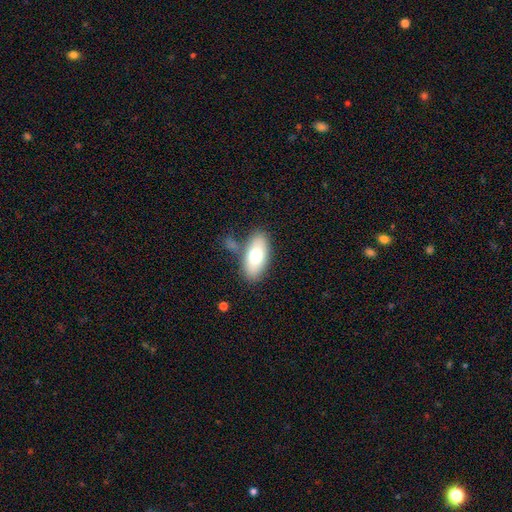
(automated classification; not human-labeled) Smooth or featured? smooth (71%)
How rounded? in between (89%)
Merging? none (72%)